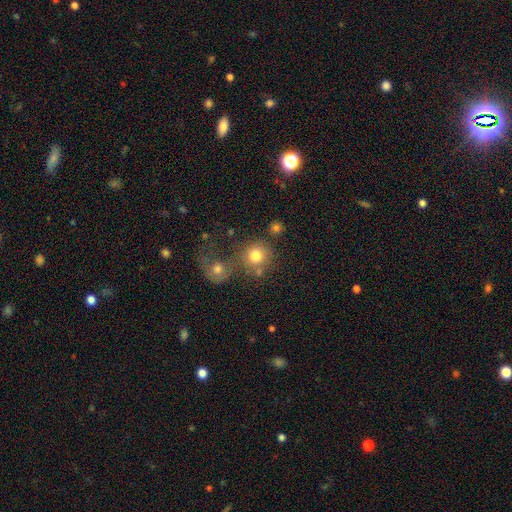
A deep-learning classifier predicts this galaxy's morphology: Q: Smooth or featured?
A: smooth (78%); runner-up: star or artifact (12%)
Q: How rounded?
A: round (89%); runner-up: in between (10%)
Q: Merging?
A: none (53%); runner-up: merger (30%)